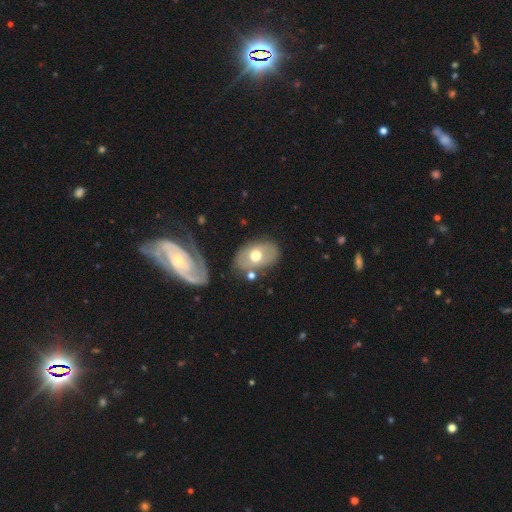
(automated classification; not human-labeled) Q: Smooth or featured?
A: smooth (53%); runner-up: featured or disk (40%)
Q: How rounded?
A: in between (83%); runner-up: round (16%)
Q: Merging?
A: none (69%); runner-up: minor disturbance (16%)